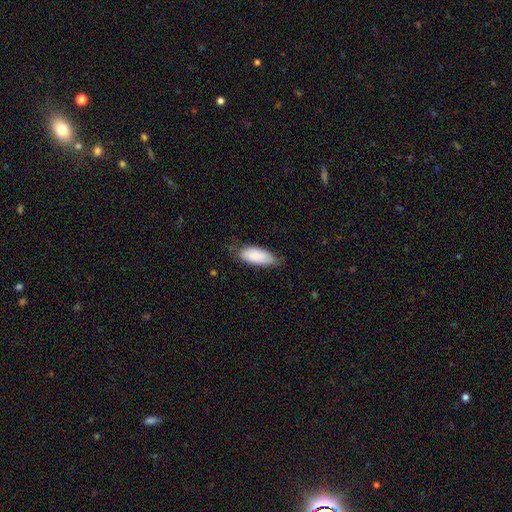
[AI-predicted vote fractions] Smooth or featured? Predicted: smooth (p=0.86). How rounded? Predicted: in between (p=0.83). Merging? Predicted: none (p=0.67).